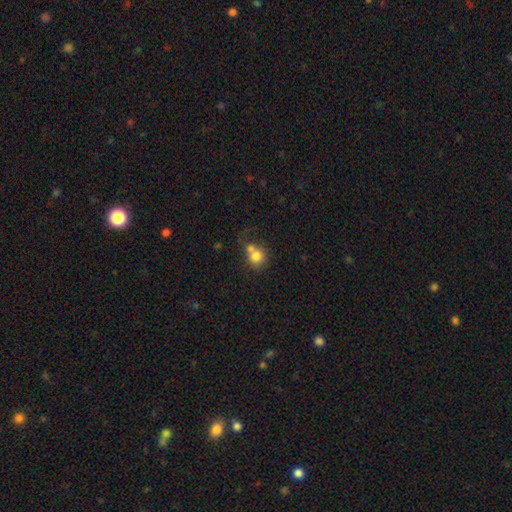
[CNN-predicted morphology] The model was most divided on "merging": merger: 43%, none: 40%, minor disturbance: 11%, major disturbance: 6%. More confident: how rounded — round (82%); smooth or featured — smooth (77%).